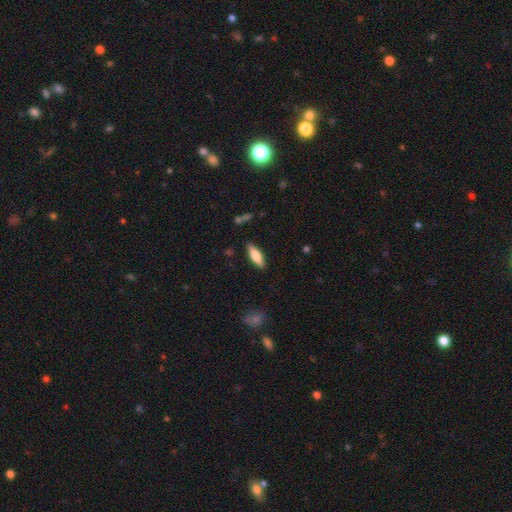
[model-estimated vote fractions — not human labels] smooth 74%, featured or disk 20%, star or artifact 6%. Down the decision tree: how rounded — in between (62%); merging — none (87%).